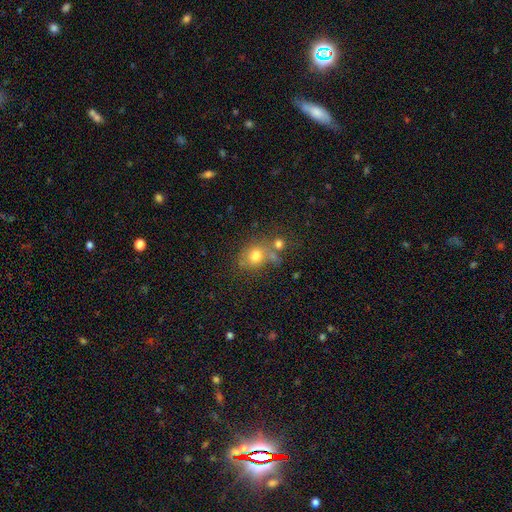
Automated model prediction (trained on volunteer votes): smooth_or_featured: smooth (p=0.74) [alt: star or artifact p=0.14]
how_rounded: round (p=0.70) [alt: in between p=0.29]
merging: none (p=0.53) [alt: merger p=0.25]